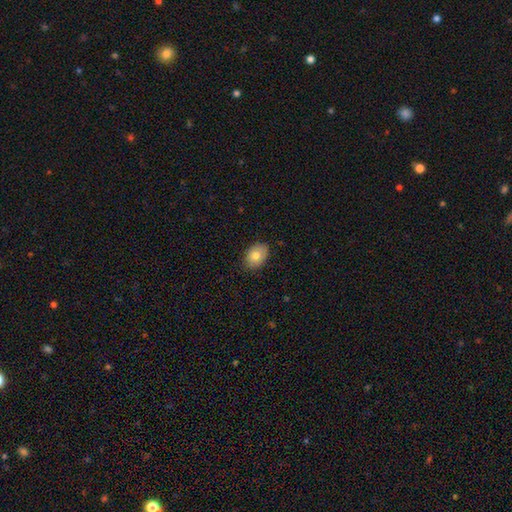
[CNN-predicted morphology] A smooth galaxy with no disk features (81%) that is in between round and cigar-shaped (79%).

Vote fractions:
- Smooth or featured? smooth: 81% / featured or disk: 12% / star or artifact: 7%
- How rounded? in between: 79% / round: 20% / cigar-shaped: 1%
- Merging? none: 84% / minor disturbance: 13% / major disturbance: 2% / merger: 1%